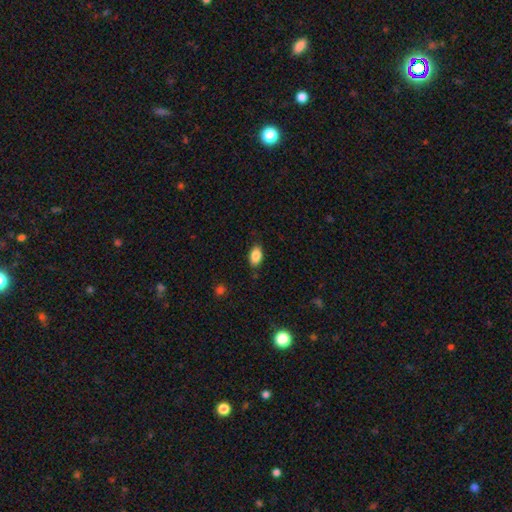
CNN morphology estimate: Smooth or featured? smooth (87%)
How rounded? in between (92%)
Merging? none (84%)